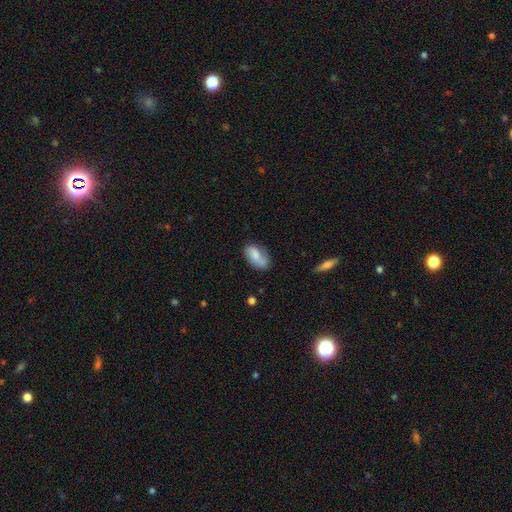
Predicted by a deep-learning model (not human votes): smooth-or-featured: smooth: 68% | featured or disk: 24% | star or artifact: 8%
  how-rounded: in between: 91% | round: 5% | cigar-shaped: 3%
  merging: none: 52% | minor disturbance: 27% | merger: 12% | major disturbance: 9%